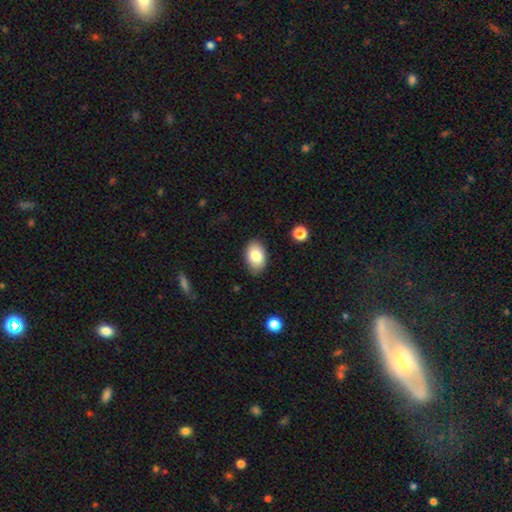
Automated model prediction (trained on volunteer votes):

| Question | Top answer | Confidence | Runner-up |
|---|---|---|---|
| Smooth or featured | smooth | 83% | featured or disk (10%) |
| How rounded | in between | 89% | round (10%) |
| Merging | none | 85% | minor disturbance (12%) |